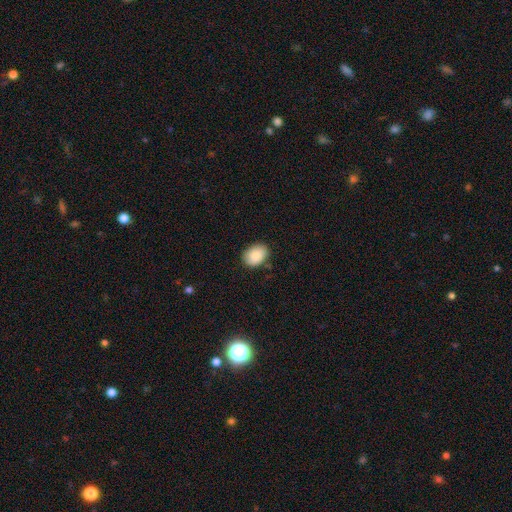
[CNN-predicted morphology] A smooth galaxy with no disk features (87%) that is in between round and cigar-shaped (74%).

Vote fractions:
- Smooth or featured? smooth: 87% / star or artifact: 7% / featured or disk: 6%
- How rounded? in between: 74% / round: 25% / cigar-shaped: 1%
- Merging? none: 82% / minor disturbance: 14% / major disturbance: 3% / merger: 1%